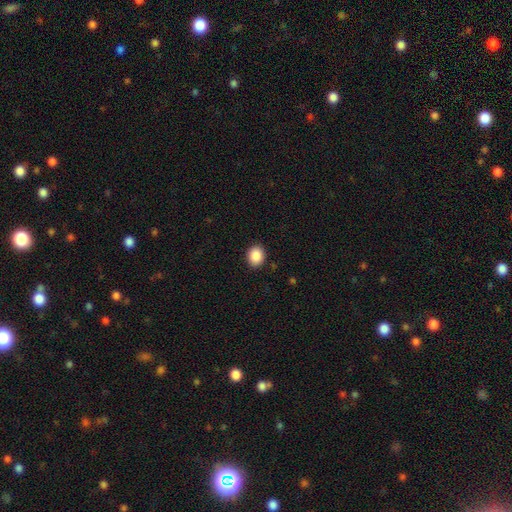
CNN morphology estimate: This appears to be a smooth galaxy with no disk features (89%) that is round (56%). Merging: none (90%).